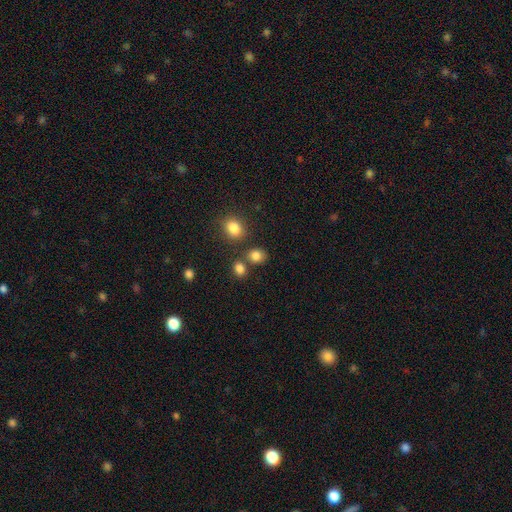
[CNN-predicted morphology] A smooth galaxy with no disk features (82%) that is round (63%). Merging: none (70%).